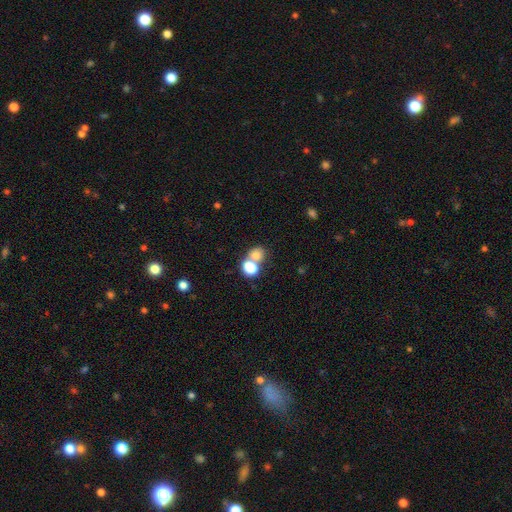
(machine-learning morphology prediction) A smooth galaxy with no disk features (76%) that is round (60%).

Vote fractions:
- Smooth or featured? smooth: 76% / star or artifact: 13% / featured or disk: 11%
- How rounded? round: 60% / in between: 39% / cigar-shaped: 1%
- Merging? merger: 55% / none: 34% / minor disturbance: 7% / major disturbance: 4%